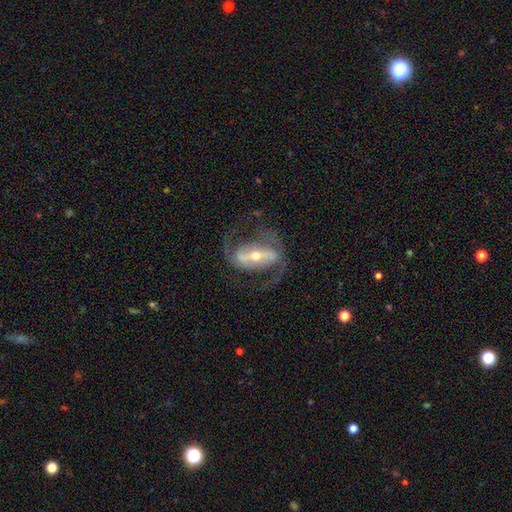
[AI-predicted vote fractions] Q: Smooth or featured?
A: featured or disk (85%); runner-up: smooth (8%)
Q: Edge-on disk?
A: no (93%); runner-up: yes (7%)
Q: Bar?
A: strong (59%); runner-up: weak (25%)
Q: Spiral arms?
A: yes (91%); runner-up: no (9%)
Q: Spiral winding?
A: medium (52%); runner-up: loose (27%)
Q: Spiral arm count?
A: 2 (88%); runner-up: can't tell (5%)
Q: Bulge size?
A: small (50%); runner-up: moderate (44%)
Q: Merging?
A: none (67%); runner-up: major disturbance (18%)